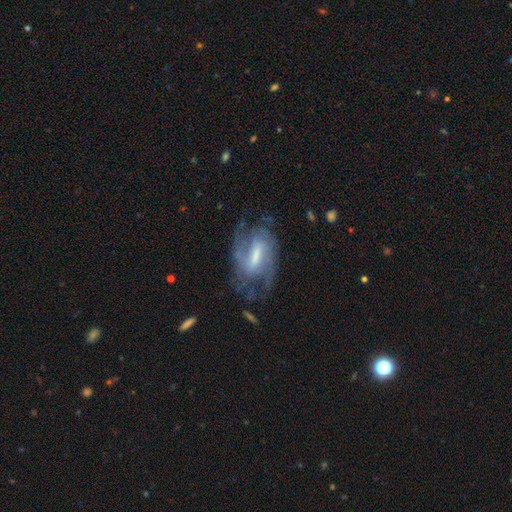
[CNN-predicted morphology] A featured or disk galaxy (82%) with a strong bar (47%), 2 (60%) medium (48%) spiral arms (92%) and a moderate central bulge (39%). Merging: none (63%).